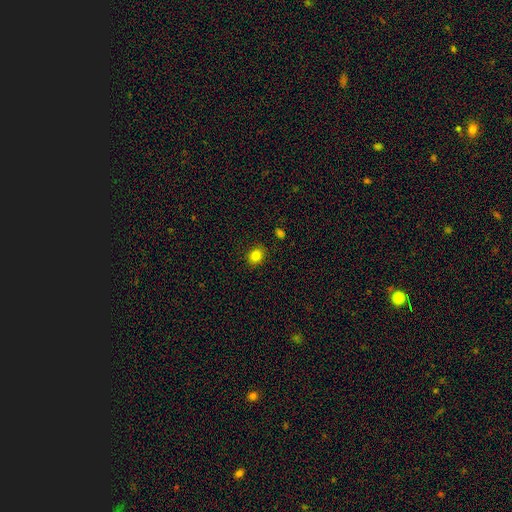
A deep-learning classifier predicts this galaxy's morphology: type=smooth (82%); roundness=round (62%); merging=none (88%).